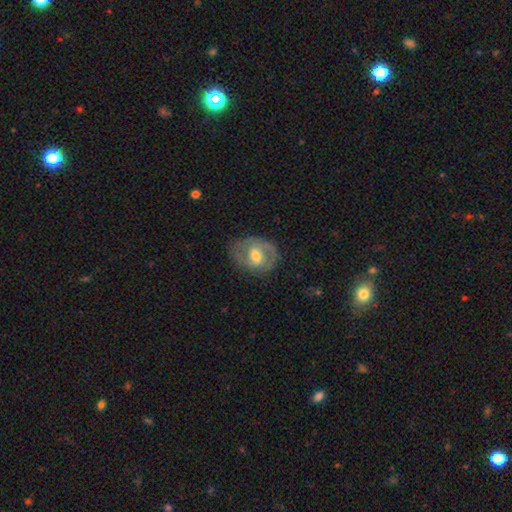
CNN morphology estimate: Overall: featured or disk (61%; smooth 32%). Edge-on disk: no (95%). Bar: weak (44%; no 40%). Spiral arms: yes (65%; no 35%). Bulge size: moderate (71%). Merging: none (72%).